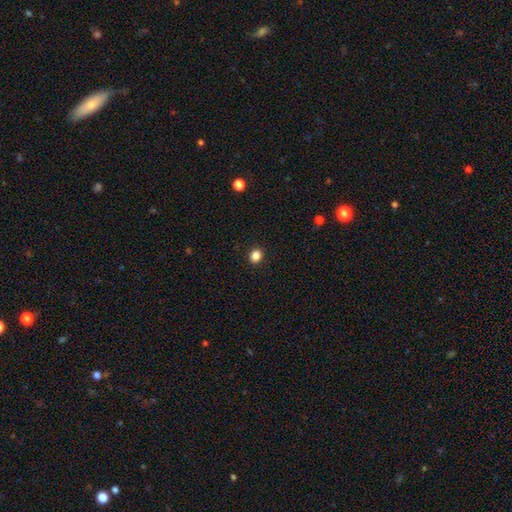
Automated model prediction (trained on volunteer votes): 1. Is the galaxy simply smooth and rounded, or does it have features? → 86% smooth, 11% star or artifact, 3% featured or disk.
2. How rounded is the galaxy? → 66% round, 33% in between, 1% cigar-shaped.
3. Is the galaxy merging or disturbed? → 92% none, 6% minor disturbance, 2% major disturbance, 1% merger.